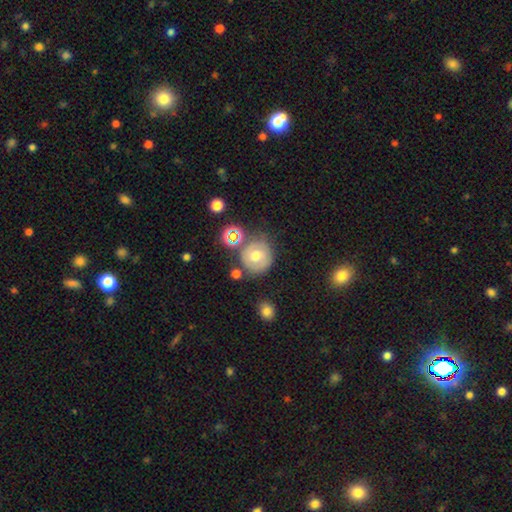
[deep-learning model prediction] smooth_or_featured: smooth (p=0.51) [alt: featured or disk p=0.36]
how_rounded: round (p=0.87) [alt: in between p=0.12]
merging: none (p=0.64) [alt: minor disturbance p=0.19]